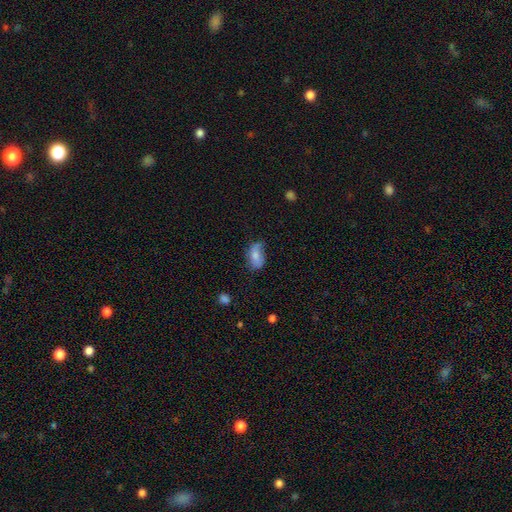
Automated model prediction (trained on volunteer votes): This appears to be a smooth galaxy with no disk features (67%) that is in between round and cigar-shaped (90%). Merging: none (50%).